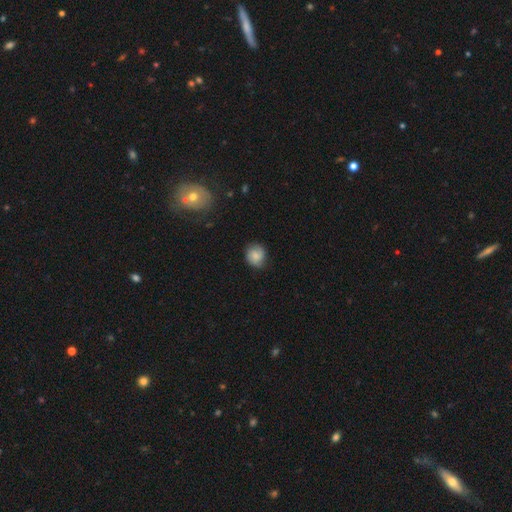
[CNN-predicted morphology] This is likely a smooth galaxy (71%). How rounded: likely round (79%). Merging: likely none (76%).